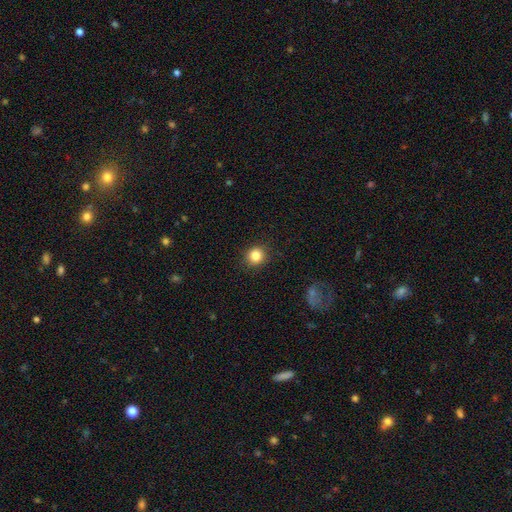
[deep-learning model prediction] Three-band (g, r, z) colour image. It shows a smooth galaxy with no disk features (84%) that is round (86%). Merging: none (89%).